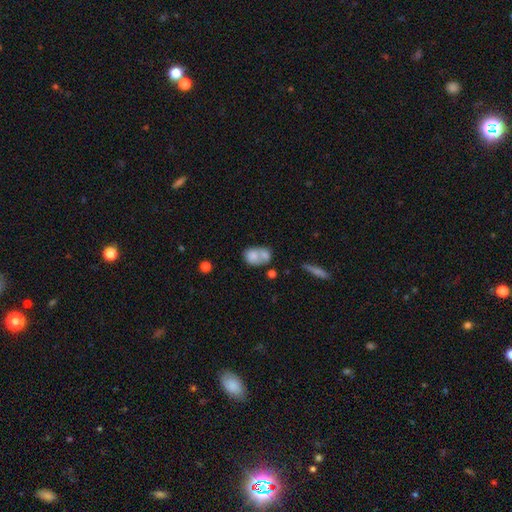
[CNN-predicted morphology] A smooth galaxy with no disk features (71%) that is in between round and cigar-shaped (64%).

Vote fractions:
- Smooth or featured? smooth: 71% / featured or disk: 20% / star or artifact: 9%
- How rounded? in between: 64% / round: 34% / cigar-shaped: 2%
- Merging? merger: 58% / none: 25% / minor disturbance: 10% / major disturbance: 7%